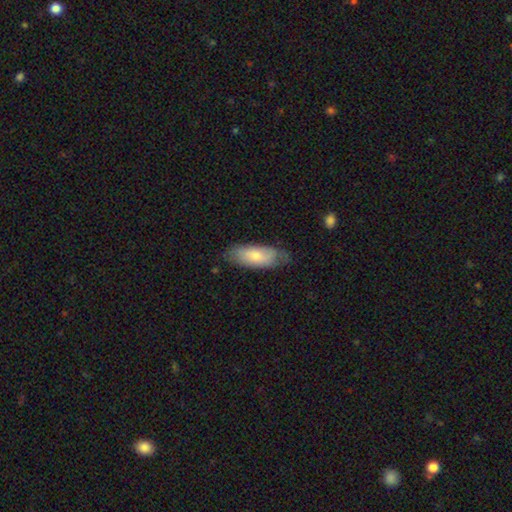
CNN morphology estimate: This is likely a smooth galaxy (73%). How rounded: likely in between (77%). Merging: likely none (68%).